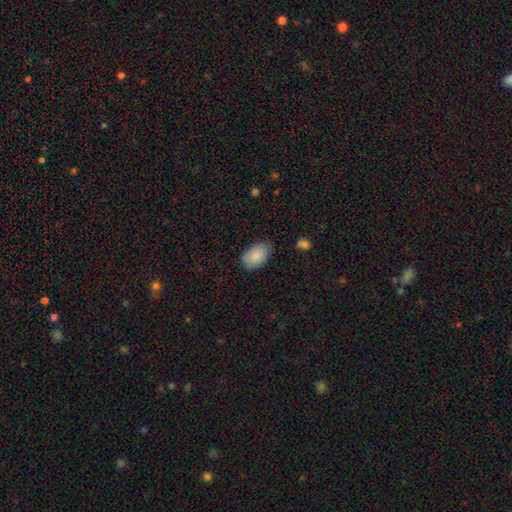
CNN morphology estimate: Smooth or featured? Predicted: smooth (p=0.87). How rounded? Predicted: in between (p=0.92). Merging? Predicted: none (p=0.78).